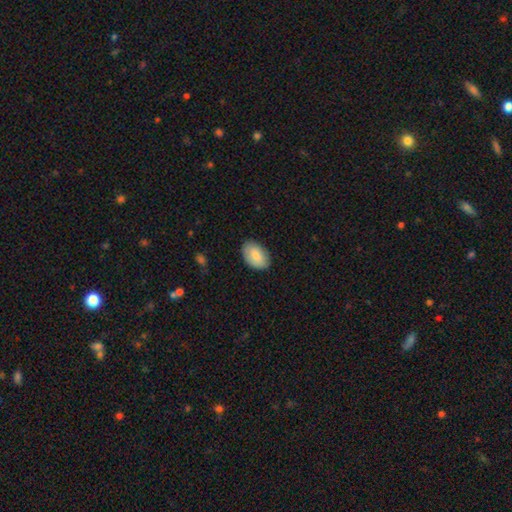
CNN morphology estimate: smooth_or_featured: smooth (p=0.85) [alt: featured or disk p=0.09]
how_rounded: in between (p=0.91) [alt: round p=0.08]
merging: none (p=0.84) [alt: minor disturbance p=0.12]